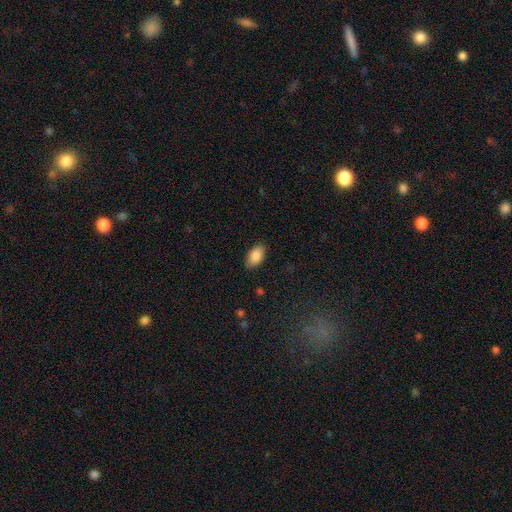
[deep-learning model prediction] Smooth or featured? Predicted: smooth (p=0.88). How rounded? Predicted: in between (p=0.94). Merging? Predicted: none (p=0.87).